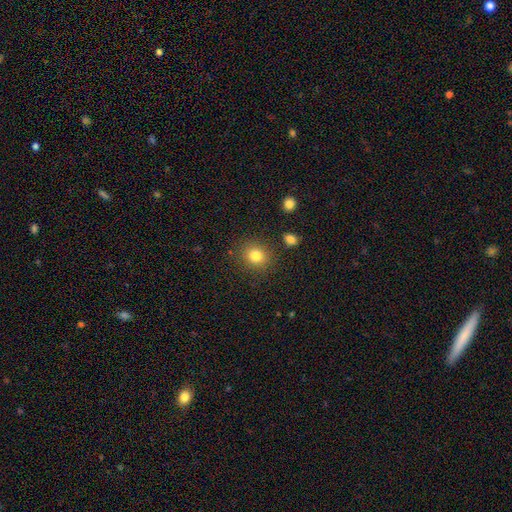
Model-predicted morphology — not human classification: This is clearly a smooth galaxy (81%). How rounded: likely round (78%). Merging: clearly none (86%).